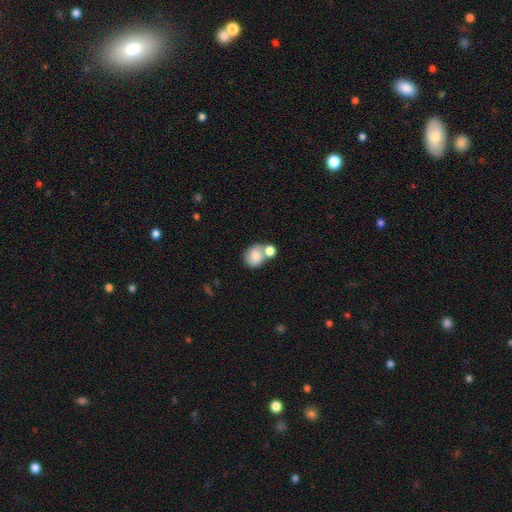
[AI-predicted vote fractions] A smooth galaxy with no disk features (79%) that is round (65%).

Vote fractions:
- Smooth or featured? smooth: 79% / featured or disk: 13% / star or artifact: 8%
- How rounded? round: 65% / in between: 34% / cigar-shaped: 1%
- Merging? merger: 47% / none: 36% / minor disturbance: 12% / major disturbance: 5%